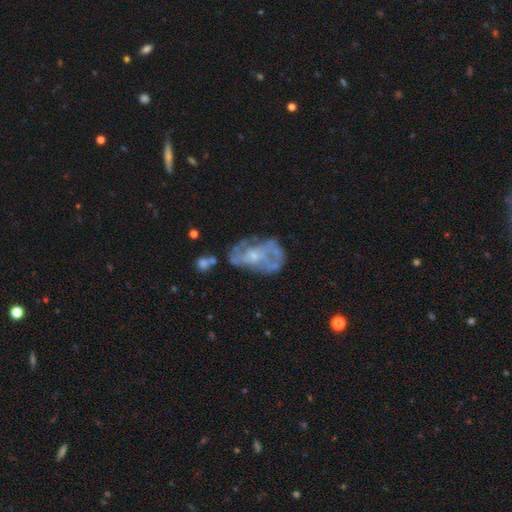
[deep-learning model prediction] smooth_or_featured: featured or disk (p=0.74) [alt: smooth p=0.17]
disk_edge_on: no (p=0.96) [alt: yes p=0.04]
bar: no (p=0.74) [alt: weak p=0.21]
has_spiral_arms: yes (p=0.53) [alt: no p=0.47]
bulge_size: small (p=0.55) [alt: moderate p=0.33]
merging: none (p=0.46) [alt: major disturbance p=0.22]